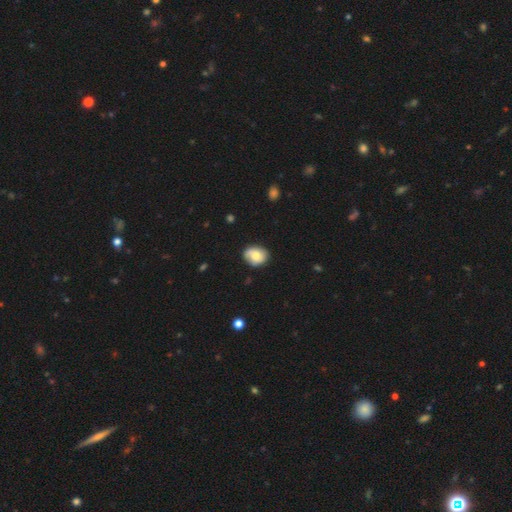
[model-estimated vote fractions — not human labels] smooth-or-featured: smooth: 64% | featured or disk: 28% | star or artifact: 8%
  how-rounded: round: 55% | in between: 44% | cigar-shaped: 1%
  merging: none: 77% | minor disturbance: 18% | major disturbance: 3% | merger: 1%